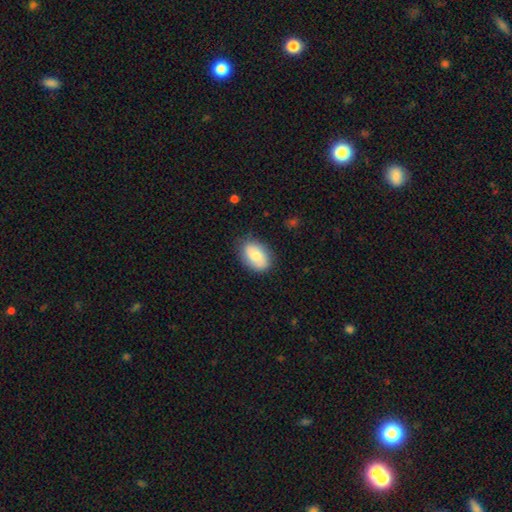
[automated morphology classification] Q: Smooth or featured?
A: smooth (72%); runner-up: featured or disk (22%)
Q: How rounded?
A: in between (85%); runner-up: round (14%)
Q: Merging?
A: none (79%); runner-up: minor disturbance (16%)